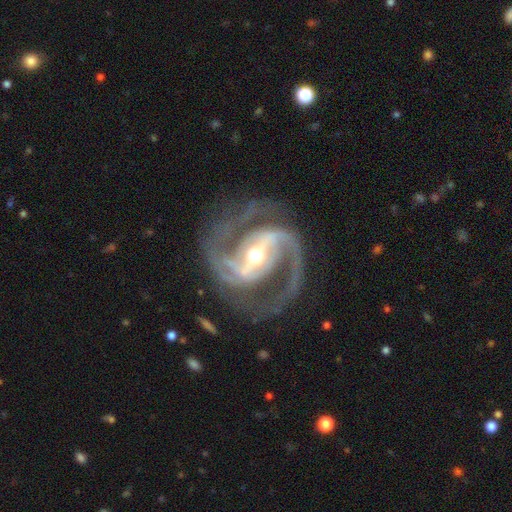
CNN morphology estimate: smooth-or-featured: featured or disk: 94% | star or artifact: 4% | smooth: 2%
  disk-edge-on: no: 98% | yes: 2%
    bar: strong: 61% | weak: 29% | no: 11%
    has-spiral-arms: yes: 99% | no: 1%
      spiral-winding: medium: 61% | tight: 29% | loose: 10%
      spiral-arm-count: 2: 86% | 3: 7% | can't tell: 2% | 4: 2% | 1: 2% | more than 4: 2%
    bulge-size: moderate: 59% | small: 34% | large: 5% | none: 1% | dominant: 1%
  merging: none: 77% | minor disturbance: 14% | major disturbance: 8% | merger: 1%